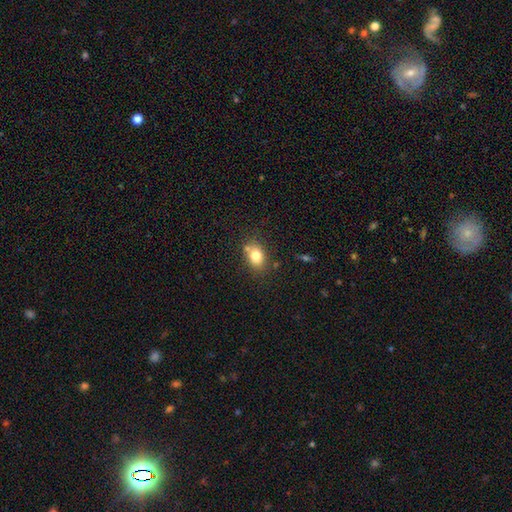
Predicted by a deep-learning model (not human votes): Morphology: type=smooth (78%); roundness=in between (66%); merging=none (71%).